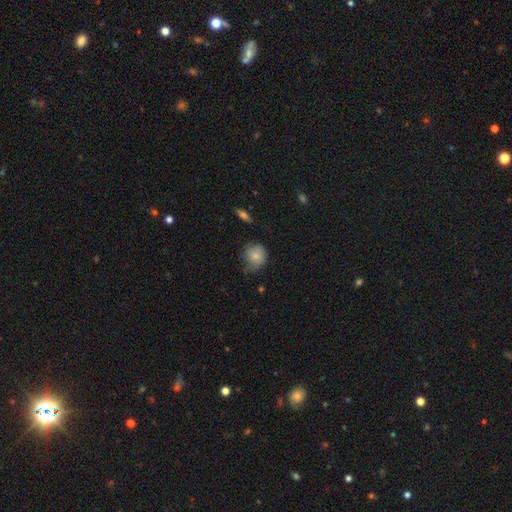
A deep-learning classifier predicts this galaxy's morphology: A smooth galaxy with no disk features (73%) that is round (77%). Merging: none (50%).